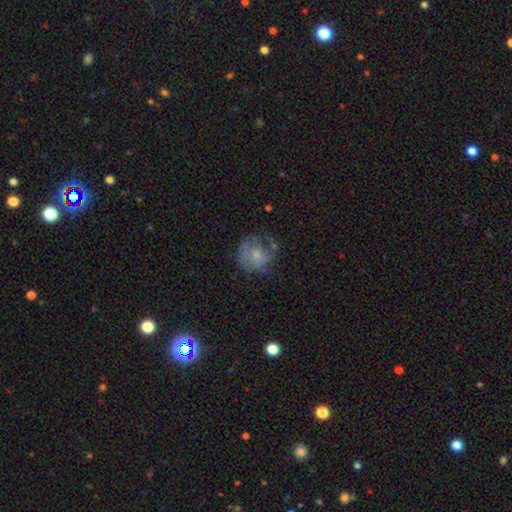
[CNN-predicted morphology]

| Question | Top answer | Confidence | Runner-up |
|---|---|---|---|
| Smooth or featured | smooth | 54% | featured or disk (36%) |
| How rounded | round | 76% | in between (23%) |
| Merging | none | 49% | minor disturbance (27%) |